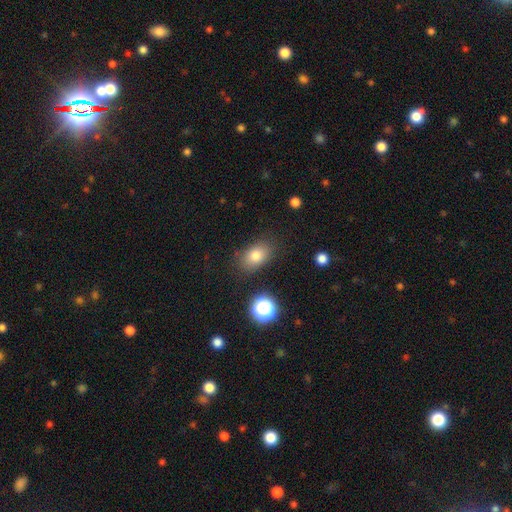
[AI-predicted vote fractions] This is likely a smooth galaxy (78%). How rounded: clearly in between (81%). Merging: clearly none (82%).